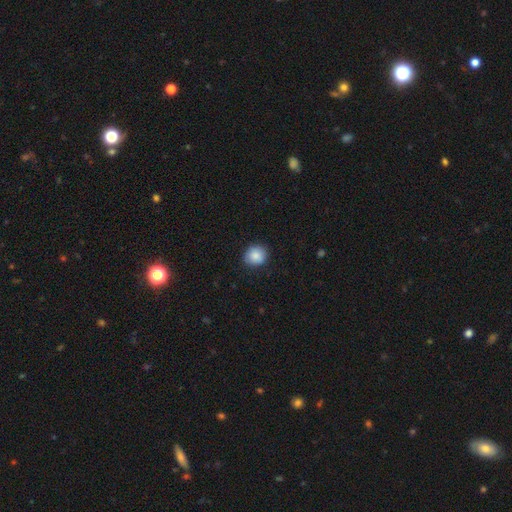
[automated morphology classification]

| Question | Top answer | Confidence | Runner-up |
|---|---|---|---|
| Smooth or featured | smooth | 87% | star or artifact (8%) |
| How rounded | round | 84% | in between (15%) |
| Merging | none | 87% | minor disturbance (10%) |